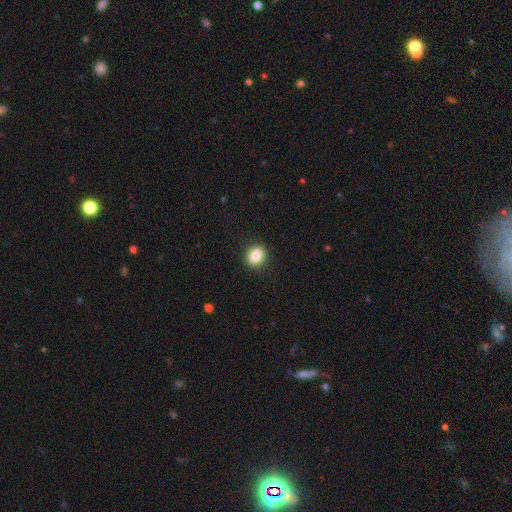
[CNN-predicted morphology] type=smooth (85%); roundness=round (67%); merging=none (91%).